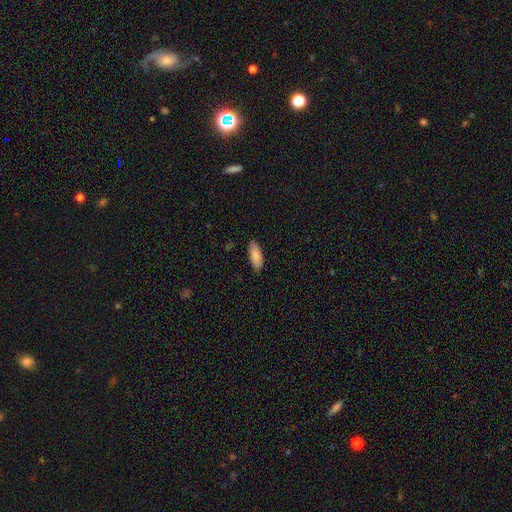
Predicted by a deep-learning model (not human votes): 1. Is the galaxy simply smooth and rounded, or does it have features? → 84% smooth, 10% featured or disk, 6% star or artifact.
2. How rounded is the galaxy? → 84% in between, 14% cigar-shaped, 2% round.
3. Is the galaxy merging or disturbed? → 85% none, 12% minor disturbance, 2% major disturbance, 1% merger.